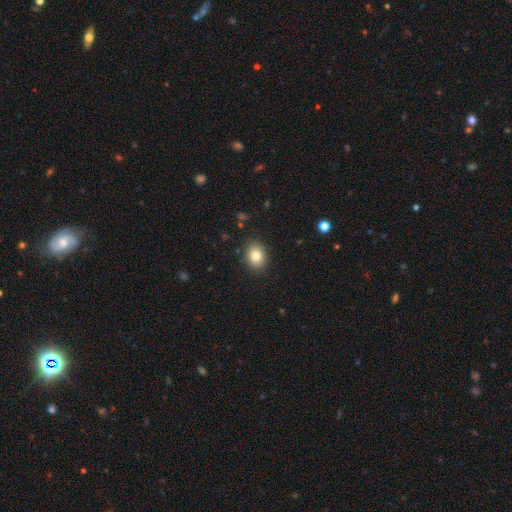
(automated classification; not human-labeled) This appears to be a smooth galaxy with no disk features (82%) that is in between round and cigar-shaped (52%). Merging: none (88%).